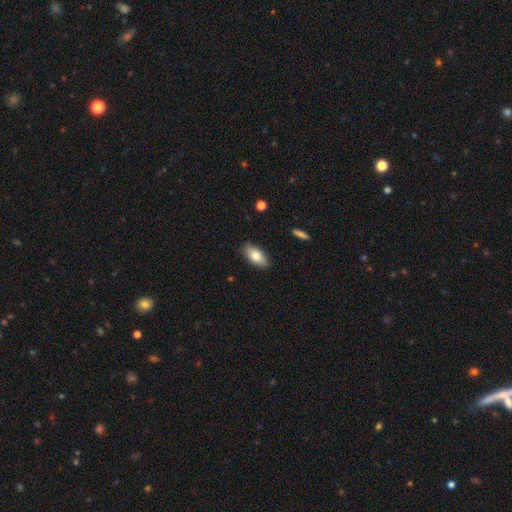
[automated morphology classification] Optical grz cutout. It shows a smooth galaxy with no disk features (80%) that is in between round and cigar-shaped (90%). Merging: none (87%).